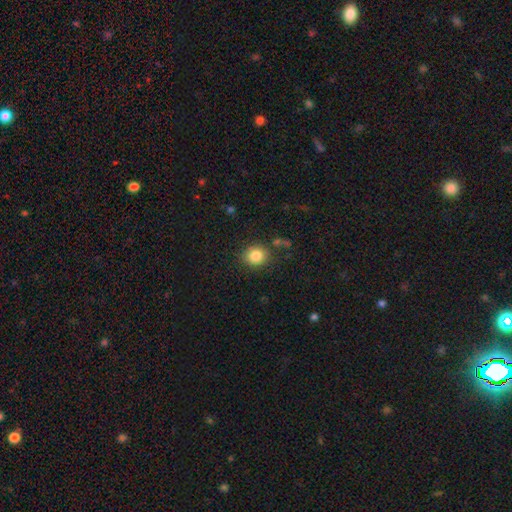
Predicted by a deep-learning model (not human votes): A smooth galaxy with no disk features (85%) that is round (74%). Merging: none (82%).